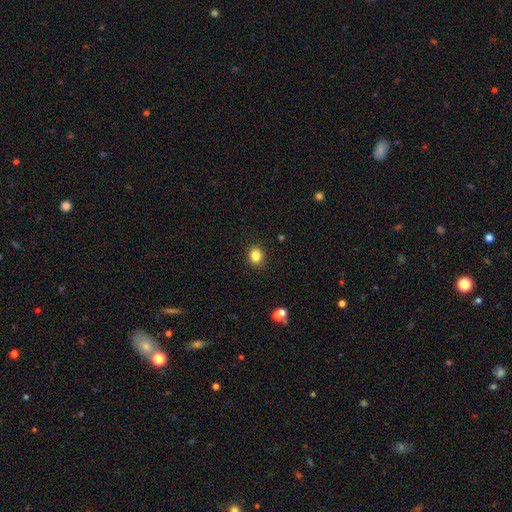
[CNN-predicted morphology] This appears to be a smooth galaxy with no disk features (83%) that is round (63%). Merging: none (89%).